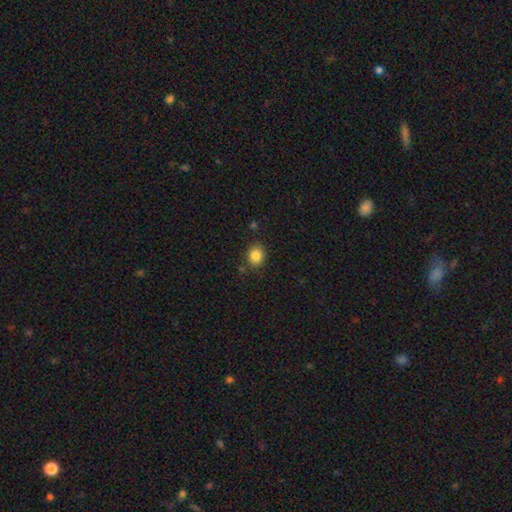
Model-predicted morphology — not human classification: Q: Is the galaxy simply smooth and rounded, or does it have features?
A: smooth — 85%.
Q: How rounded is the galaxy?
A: round — 66%.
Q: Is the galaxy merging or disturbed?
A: none — 82%.